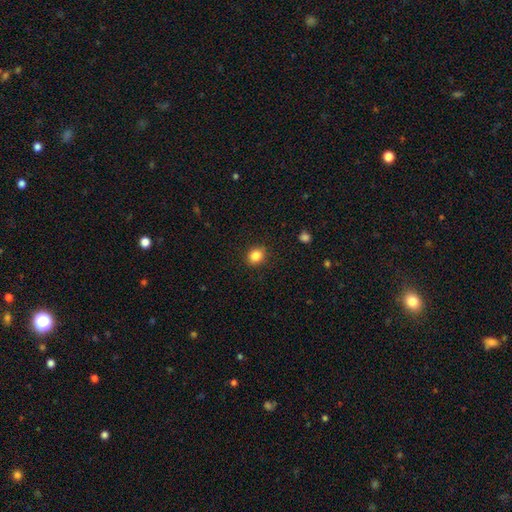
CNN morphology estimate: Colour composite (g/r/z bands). It shows a smooth galaxy with no disk features (85%) that is round (74%). Merging: none (89%).